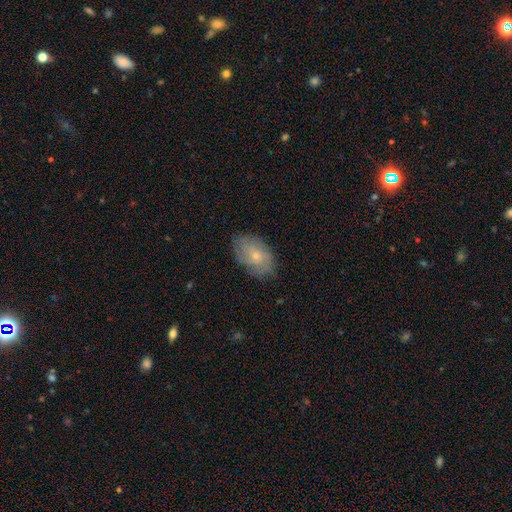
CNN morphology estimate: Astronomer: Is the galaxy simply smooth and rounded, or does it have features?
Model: smooth — 52% (runner-up: featured or disk, 40%).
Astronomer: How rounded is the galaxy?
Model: in between — 89%.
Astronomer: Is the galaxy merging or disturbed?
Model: none — 76%.